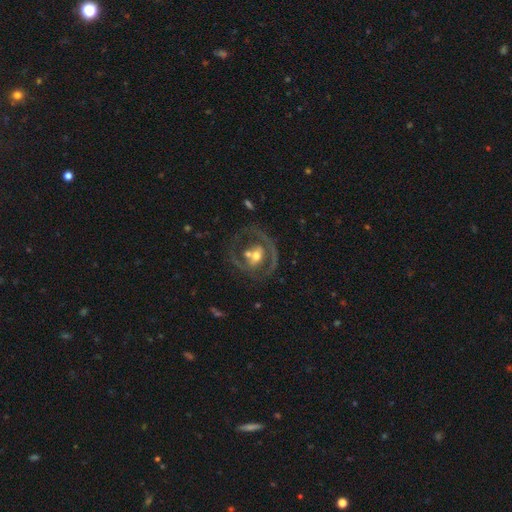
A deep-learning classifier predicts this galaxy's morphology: The model was most divided on "spiral arms": no: 59%, yes: 41%. Remaining: edge-on disk — no (95%); smooth or featured — featured or disk (72%); bulge size — moderate (69%); bar — no (54%); merging — none (46%).